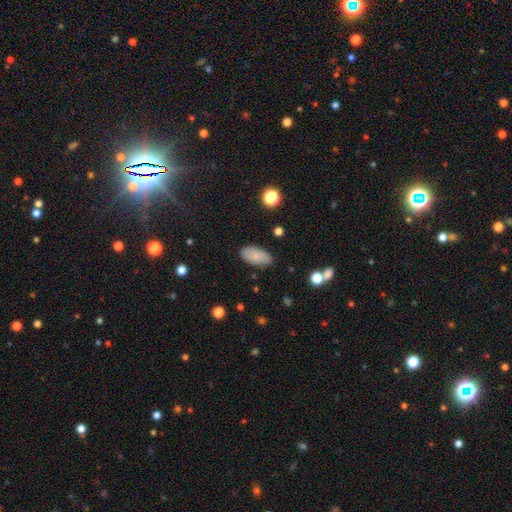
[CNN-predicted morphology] smooth_or_featured: smooth (p=0.79) [alt: featured or disk p=0.13]
how_rounded: in between (p=0.93) [alt: cigar-shaped p=0.04]
merging: none (p=0.83) [alt: minor disturbance p=0.13]